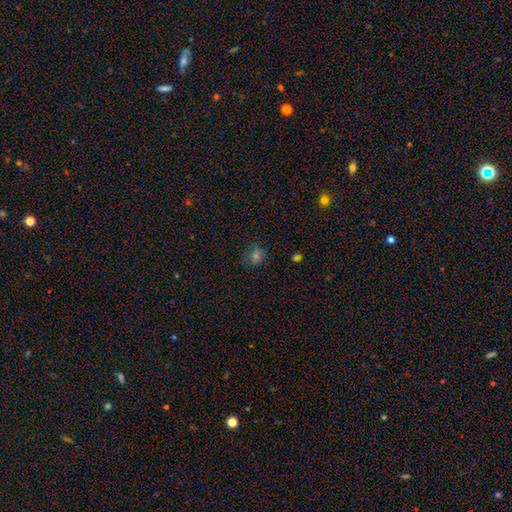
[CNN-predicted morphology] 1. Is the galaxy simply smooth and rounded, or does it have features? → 60% smooth, 29% star or artifact, 11% featured or disk.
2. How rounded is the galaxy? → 73% round, 26% in between, 1% cigar-shaped.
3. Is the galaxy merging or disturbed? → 77% none, 15% minor disturbance, 5% major disturbance, 2% merger.